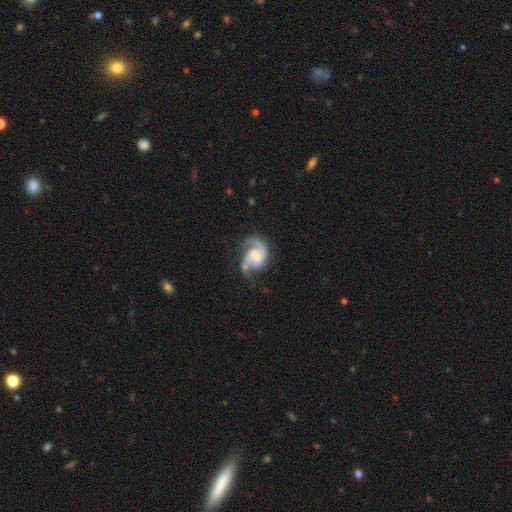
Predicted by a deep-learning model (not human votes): Smooth or featured? Predicted: featured or disk (p=0.85). Edge-on disk? Predicted: no (p=0.98). Bar? Predicted: weak (p=0.47). Spiral arms? Predicted: yes (p=0.96). Spiral winding? Predicted: medium (p=0.52). Spiral arm count? Predicted: 2 (p=0.78). Bulge size? Predicted: moderate (p=0.31). Merging? Predicted: none (p=0.51).